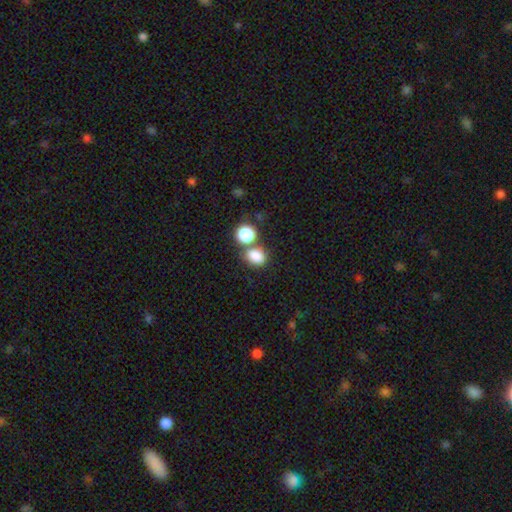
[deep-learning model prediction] smooth_or_featured: smooth (p=0.83) [alt: star or artifact p=0.12]
how_rounded: in between (p=0.54) [alt: round p=0.45]
merging: none (p=0.53) [alt: merger p=0.32]